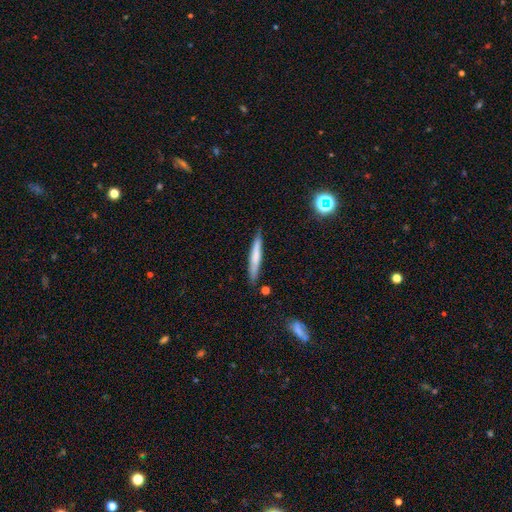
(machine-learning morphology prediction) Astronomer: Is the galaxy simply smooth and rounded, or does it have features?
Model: smooth — 67%.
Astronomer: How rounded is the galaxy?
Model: cigar-shaped — 94%.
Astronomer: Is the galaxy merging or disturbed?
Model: none — 84%.